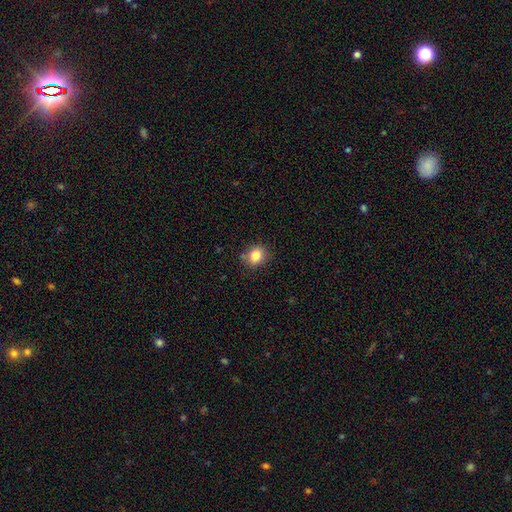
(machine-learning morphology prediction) Smooth or featured? smooth (83%)
How rounded? round (72%)
Merging? none (80%)